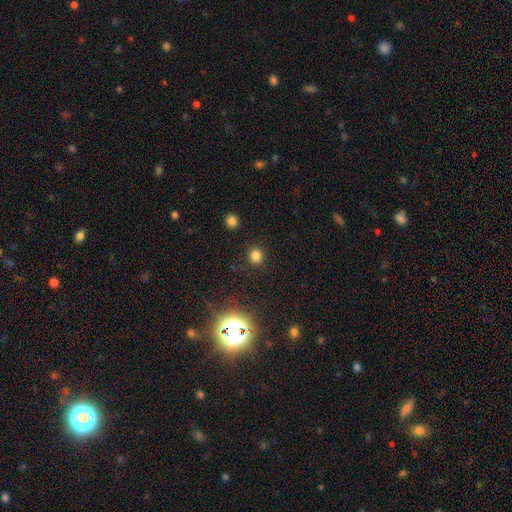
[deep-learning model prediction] A smooth galaxy with no disk features (78%) that is round (83%). Merging: none (89%).